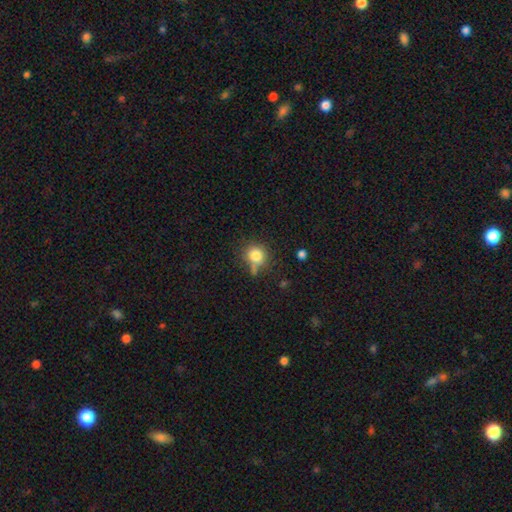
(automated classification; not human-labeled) The model was most divided on "merging": none: 64%, minor disturbance: 19%, merger: 11%, major disturbance: 6%. More confident: how rounded — round (87%); smooth or featured — smooth (81%).